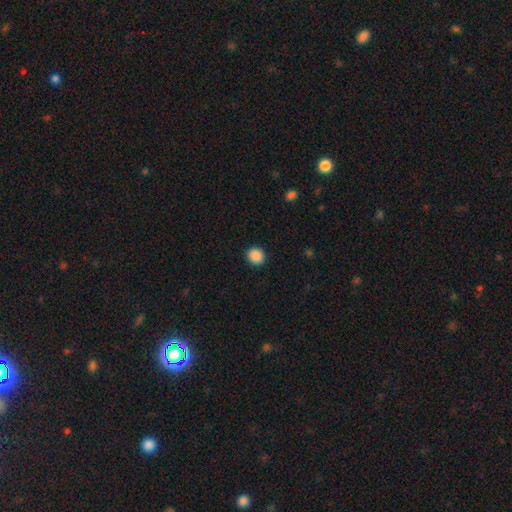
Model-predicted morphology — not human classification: Q: Smooth or featured?
A: smooth (89%); runner-up: star or artifact (9%)
Q: How rounded?
A: round (86%); runner-up: in between (13%)
Q: Merging?
A: none (92%); runner-up: minor disturbance (5%)